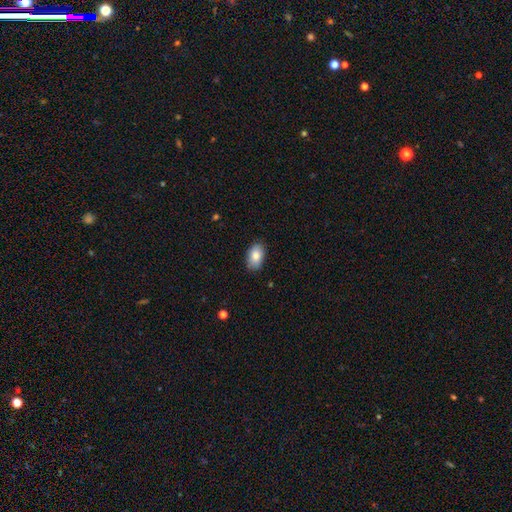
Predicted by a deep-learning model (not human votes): Smooth or featured?
  - smooth: 85% *
  - featured or disk: 9%
  - star or artifact: 7%
How rounded?
  - in between: 91% *
  - round: 8%
  - cigar-shaped: 1%
Merging?
  - none: 84% *
  - minor disturbance: 13%
  - major disturbance: 2%
  - merger: 1%